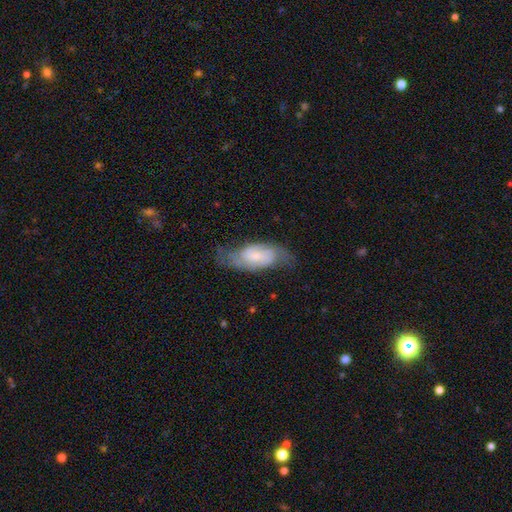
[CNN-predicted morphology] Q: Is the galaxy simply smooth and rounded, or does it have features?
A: featured or disk — 69%.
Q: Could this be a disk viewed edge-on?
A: no — 92%.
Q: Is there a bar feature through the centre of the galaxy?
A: weak — 45%.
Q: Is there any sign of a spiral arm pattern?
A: yes — 91%.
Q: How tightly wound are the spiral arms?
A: medium — 46%.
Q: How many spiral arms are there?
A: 2 — 77%.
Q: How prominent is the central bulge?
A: small — 57%.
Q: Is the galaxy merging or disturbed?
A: none — 66%.